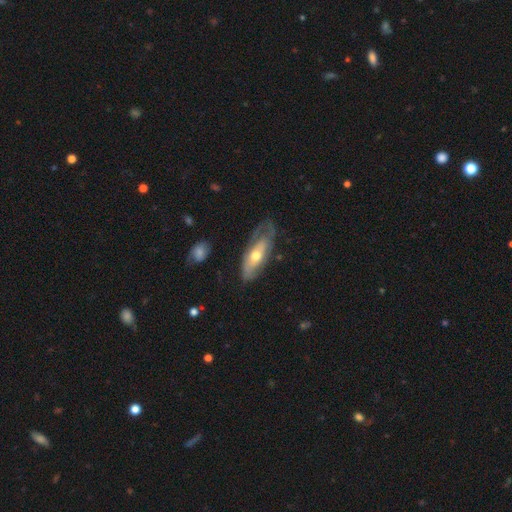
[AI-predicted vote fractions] smooth_or_featured: featured or disk (p=0.59) [alt: smooth p=0.35]
disk_edge_on: no (p=0.77) [alt: yes p=0.23]
merging: none (p=0.50) [alt: minor disturbance p=0.28]